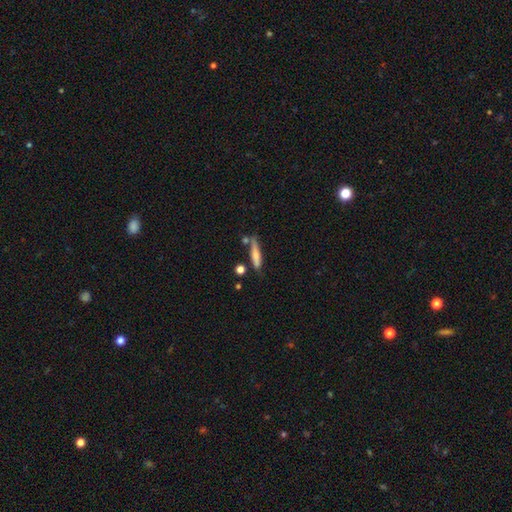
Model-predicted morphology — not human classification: This appears to be a smooth galaxy with no disk features (66%) that is cigar-shaped (86%). Merging: none (67%).